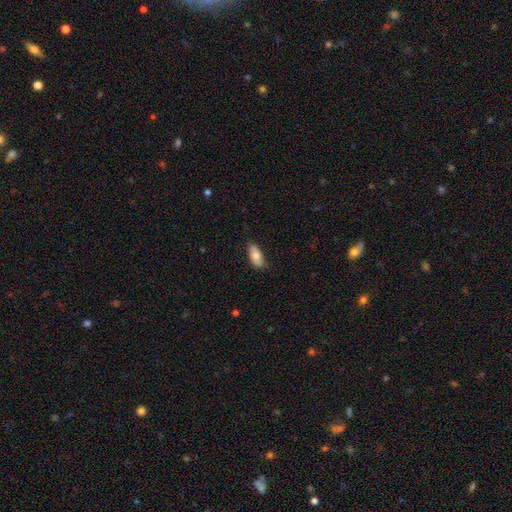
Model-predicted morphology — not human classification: smooth_or_featured: smooth (p=0.71) [alt: featured or disk p=0.22]
how_rounded: in between (p=0.90) [alt: cigar-shaped p=0.07]
merging: none (p=0.79) [alt: minor disturbance p=0.17]